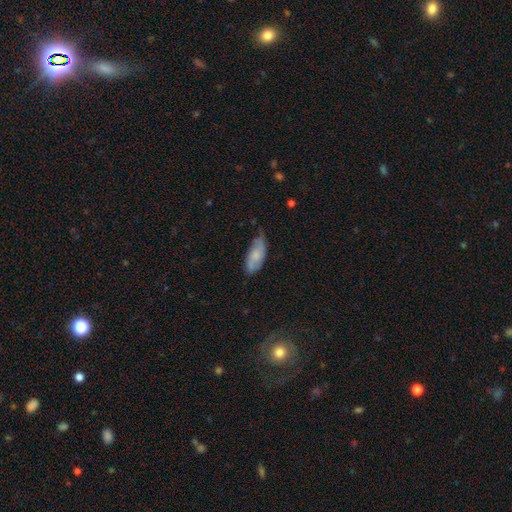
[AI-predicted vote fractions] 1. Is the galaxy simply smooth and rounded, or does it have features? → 62% smooth, 32% featured or disk, 7% star or artifact.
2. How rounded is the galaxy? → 78% in between, 19% cigar-shaped, 2% round.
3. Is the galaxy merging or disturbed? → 55% none, 35% minor disturbance, 8% major disturbance, 2% merger.